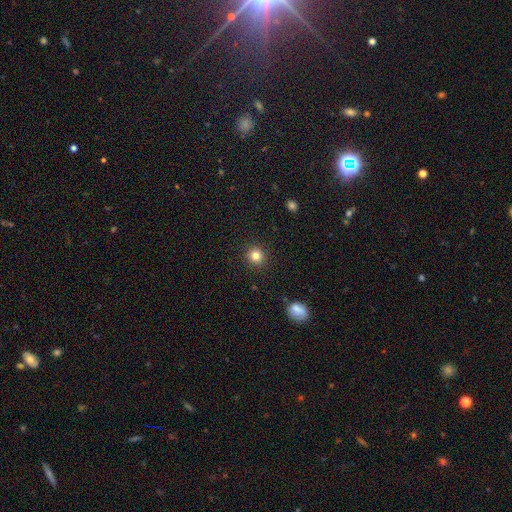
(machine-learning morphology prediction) The model was most divided on "smooth or featured": smooth: 82%, star or artifact: 12%, featured or disk: 6%. More confident: merging — none (92%); how rounded — round (92%).